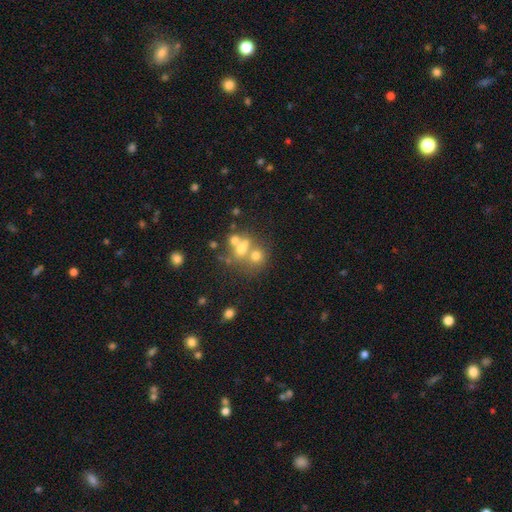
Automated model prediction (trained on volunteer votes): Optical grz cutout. It shows a smooth galaxy with no disk features (59%) that is round (72%). Merging: merger (48%).